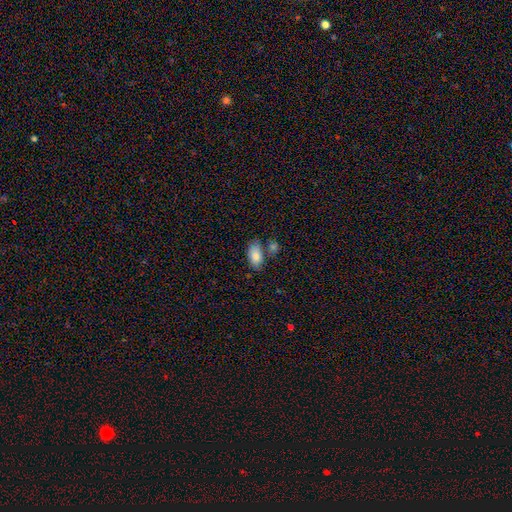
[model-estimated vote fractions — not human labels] A smooth galaxy with no disk features (83%) that is in between round and cigar-shaped (93%). Merging: none (60%).